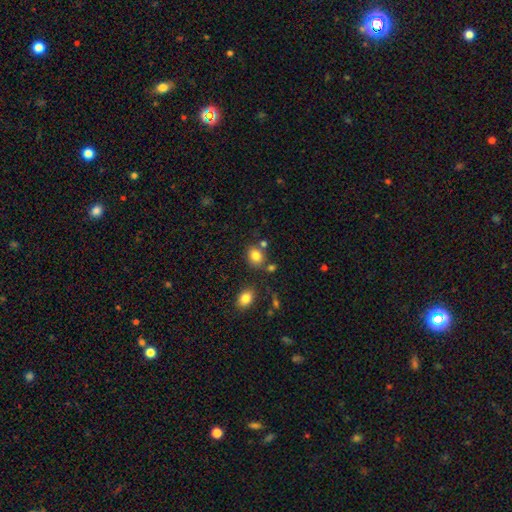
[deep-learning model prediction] Smooth or featured? Predicted: smooth (p=0.83). How rounded? Predicted: round (p=0.55). Merging? Predicted: none (p=0.70).